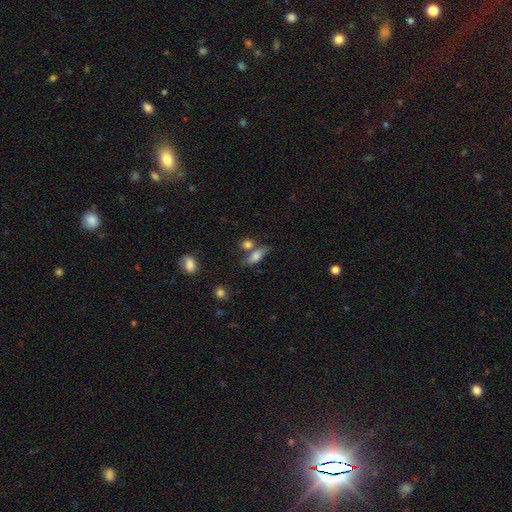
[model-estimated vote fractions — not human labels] A smooth galaxy with no disk features (72%) that is in between round and cigar-shaped (66%).

Vote fractions:
- Smooth or featured? smooth: 72% / featured or disk: 19% / star or artifact: 9%
- How rounded? in between: 66% / cigar-shaped: 27% / round: 7%
- Merging? none: 52% / merger: 23% / minor disturbance: 17% / major disturbance: 7%